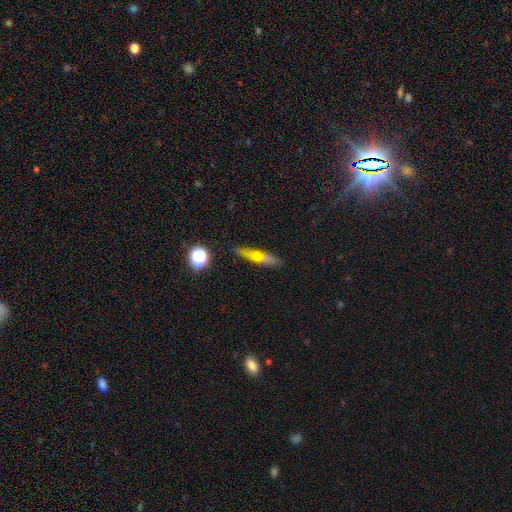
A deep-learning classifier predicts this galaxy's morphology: smooth 48%, featured or disk 40%, star or artifact 12%. Down the decision tree: merging — none (75%).